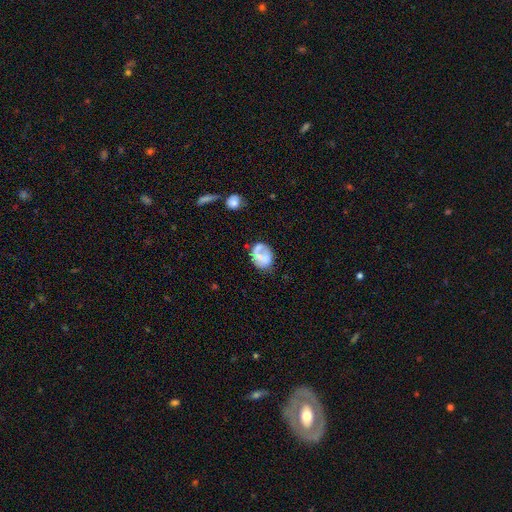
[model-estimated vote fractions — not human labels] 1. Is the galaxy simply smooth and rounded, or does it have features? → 48% smooth, 43% featured or disk, 9% star or artifact.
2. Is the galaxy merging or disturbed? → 44% none, 25% minor disturbance, 20% major disturbance, 11% merger.